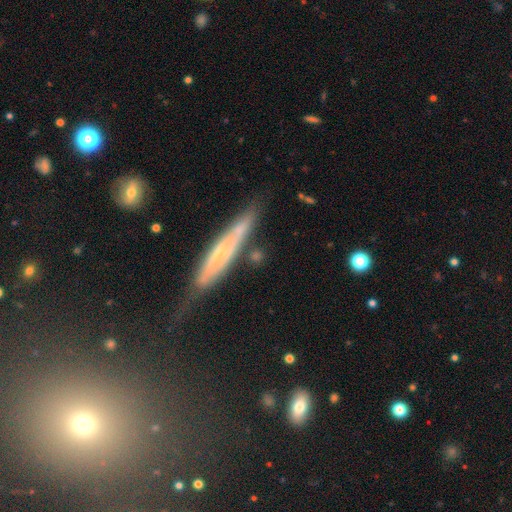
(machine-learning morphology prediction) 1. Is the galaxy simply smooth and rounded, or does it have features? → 48% featured or disk, 44% smooth, 8% star or artifact.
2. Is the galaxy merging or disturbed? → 70% none, 18% minor disturbance, 6% merger, 6% major disturbance.